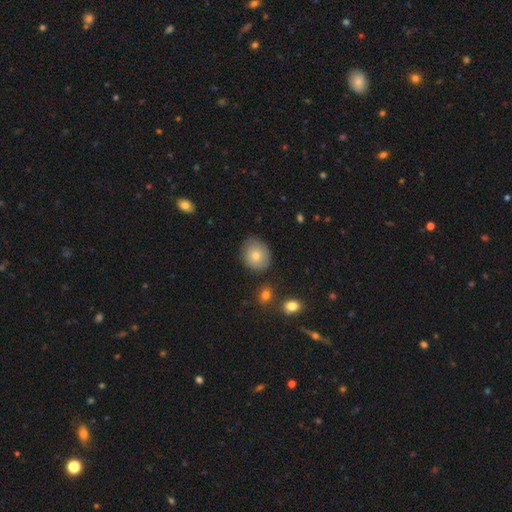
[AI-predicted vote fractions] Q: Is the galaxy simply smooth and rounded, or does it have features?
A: smooth — 73%.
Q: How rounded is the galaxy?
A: round — 69%.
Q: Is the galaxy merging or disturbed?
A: none — 81%.